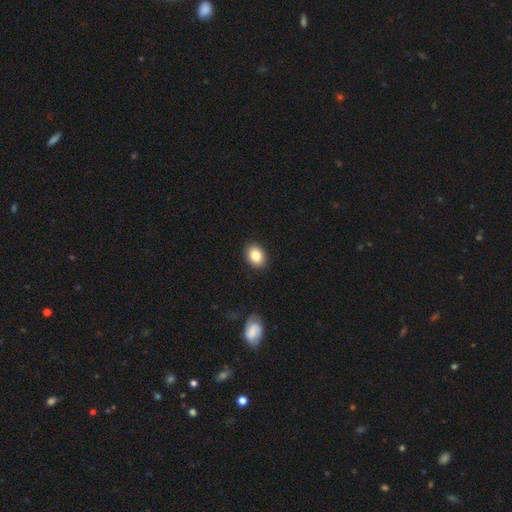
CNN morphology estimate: Smooth or featured: smooth — 83% (star or artifact — 8%)
How rounded: in between — 68% (round — 31%)
Merging: none — 90% (minor disturbance — 7%)